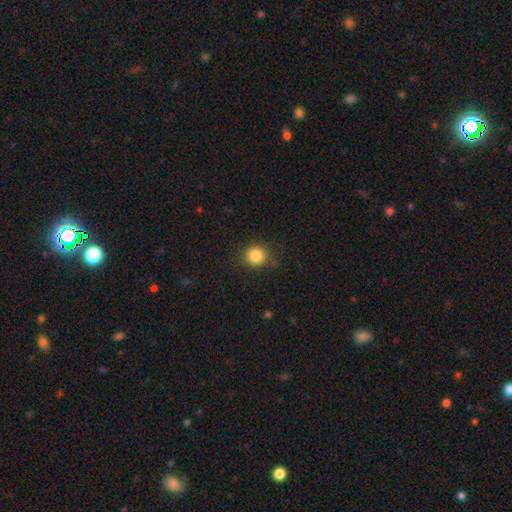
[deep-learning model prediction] This appears to be a smooth galaxy with no disk features (85%) that is round (86%). Merging: none (84%).